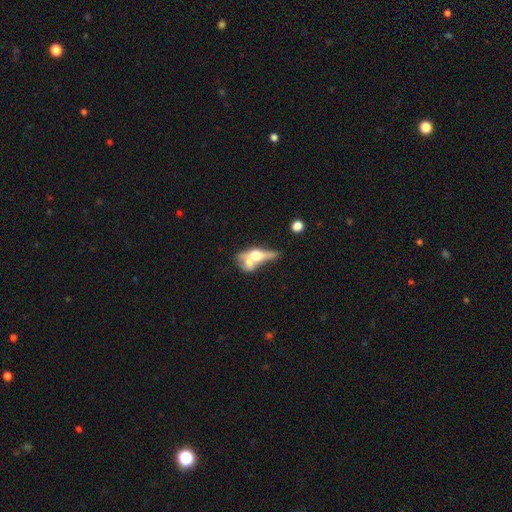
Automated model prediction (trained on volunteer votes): Smooth or featured? featured or disk (50%)
Edge-on disk? yes (57%)
Merging? merger (62%)